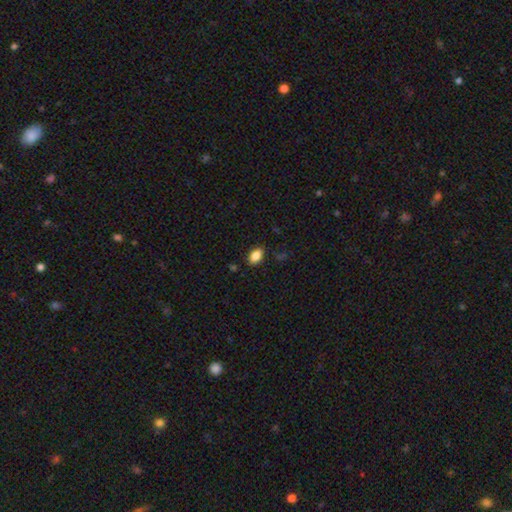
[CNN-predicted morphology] Q: Smooth or featured?
A: smooth (86%); runner-up: star or artifact (9%)
Q: How rounded?
A: in between (89%); runner-up: round (8%)
Q: Merging?
A: none (85%); runner-up: minor disturbance (11%)